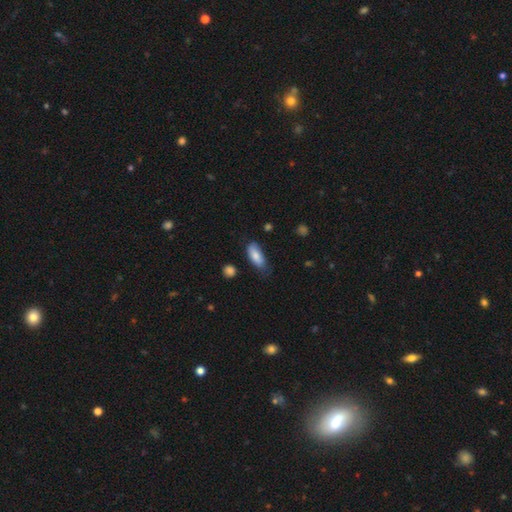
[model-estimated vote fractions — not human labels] Smooth or featured? smooth (83%)
How rounded? in between (79%)
Merging? none (57%)